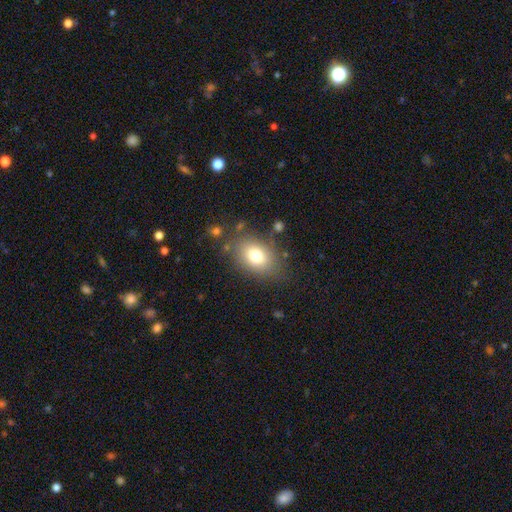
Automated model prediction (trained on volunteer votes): Morphology: type=smooth (77%); roundness=in between (74%); merging=none (77%).